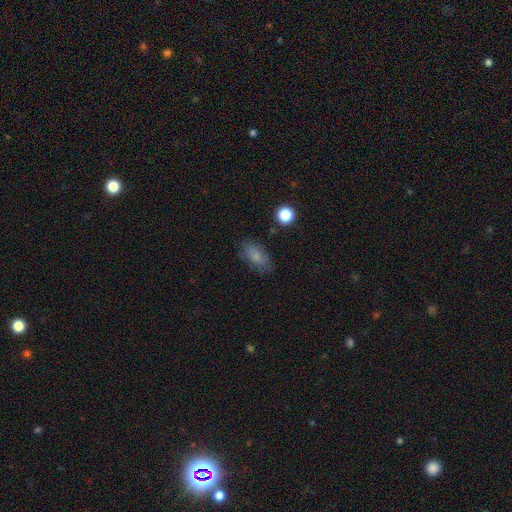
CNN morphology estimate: Overall: smooth (77%). How rounded: in between (88%). Merging: none (75%).